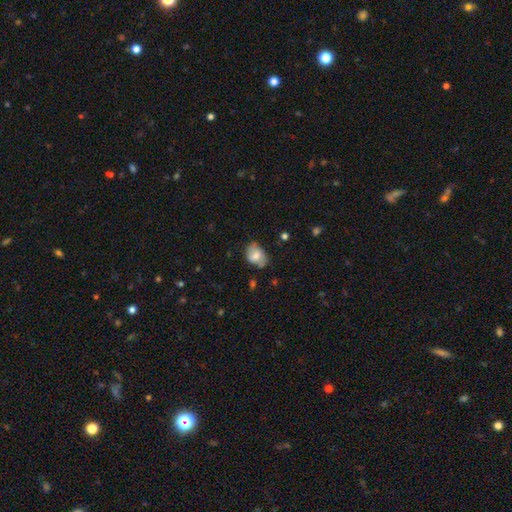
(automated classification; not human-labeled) Smooth or featured? smooth (67%)
How rounded? in between (72%)
Merging? none (61%)